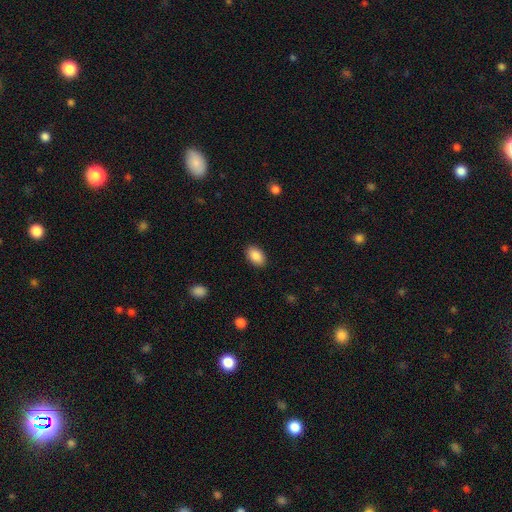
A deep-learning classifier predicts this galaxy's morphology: Overall: smooth (89%). How rounded: in between (91%). Merging: none (88%).